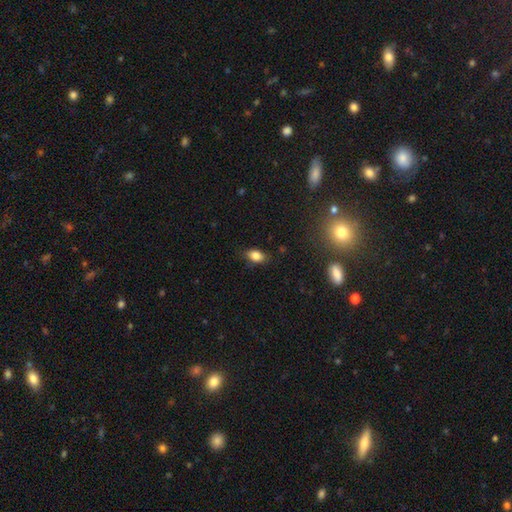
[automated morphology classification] This is clearly a smooth galaxy (84%). How rounded: clearly in between (85%). Merging: likely none (79%).